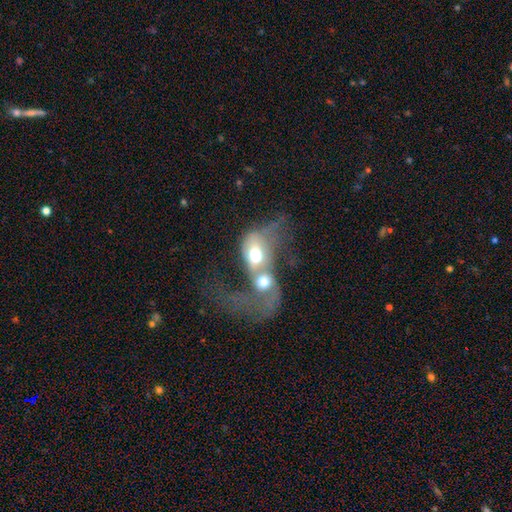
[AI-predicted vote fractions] A smooth galaxy with no disk features (49%). Merging: merger (81%).